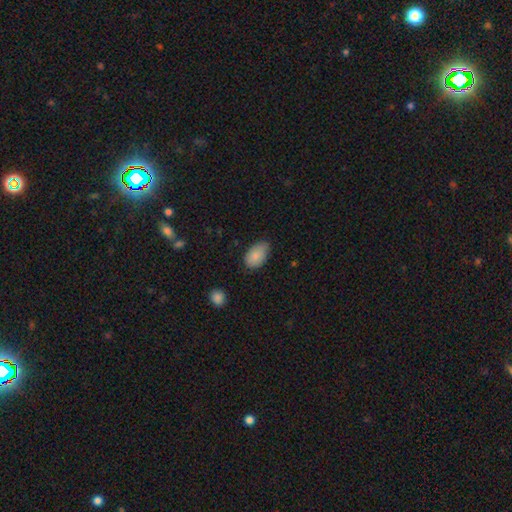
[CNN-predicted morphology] Smooth or featured? Predicted: smooth (p=0.86). How rounded? Predicted: in between (p=0.92). Merging? Predicted: none (p=0.62).